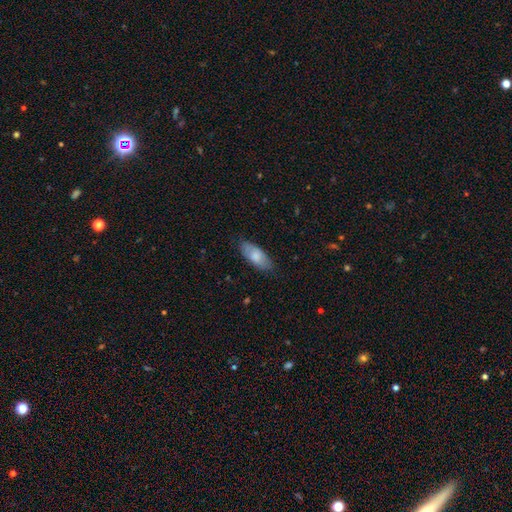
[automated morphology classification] smooth-or-featured: smooth: 77% | featured or disk: 17% | star or artifact: 6%
  how-rounded: in between: 83% | cigar-shaped: 15% | round: 2%
  merging: none: 78% | minor disturbance: 17% | major disturbance: 4% | merger: 1%